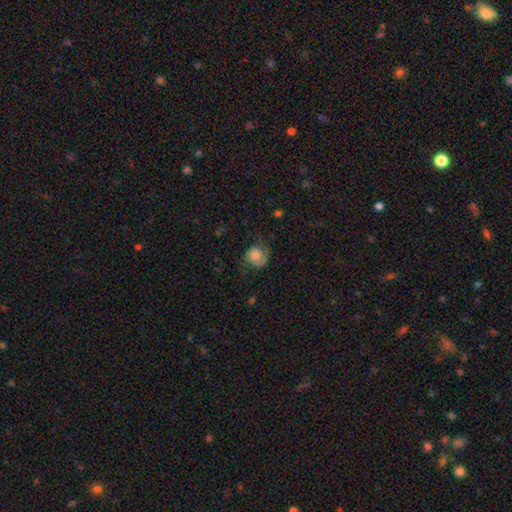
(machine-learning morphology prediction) featured or disk 47%, smooth 44%, star or artifact 9%. Down the decision tree: merging — none (55%).